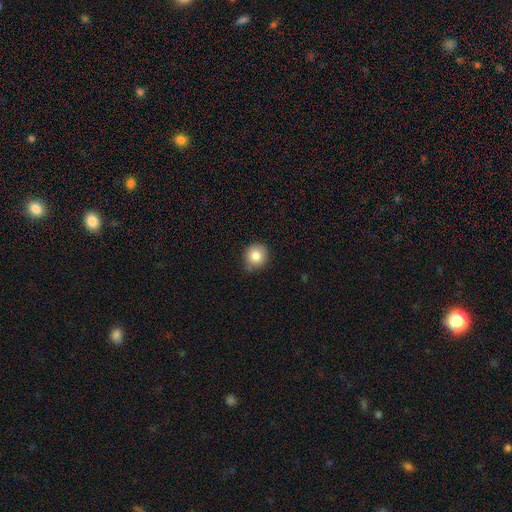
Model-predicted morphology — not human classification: smooth_or_featured: smooth (p=0.83) [alt: star or artifact p=0.10]
how_rounded: round (p=0.88) [alt: in between p=0.11]
merging: none (p=0.78) [alt: minor disturbance p=0.18]